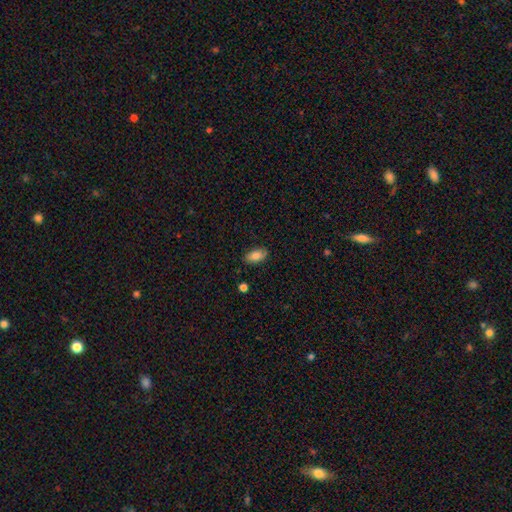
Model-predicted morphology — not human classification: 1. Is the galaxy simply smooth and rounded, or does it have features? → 81% smooth, 11% featured or disk, 8% star or artifact.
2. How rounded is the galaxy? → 92% in between, 4% round, 4% cigar-shaped.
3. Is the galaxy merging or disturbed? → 82% none, 14% minor disturbance, 3% major disturbance, 1% merger.